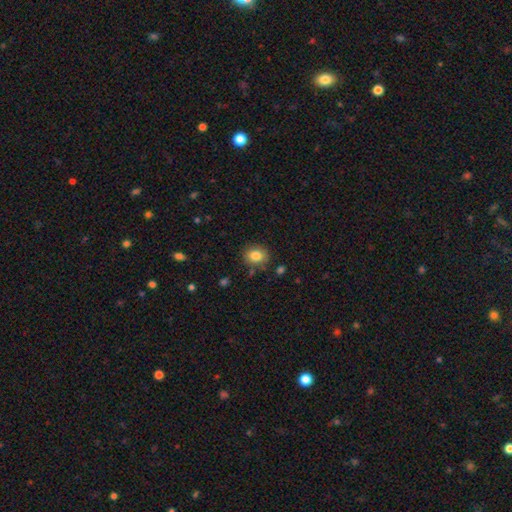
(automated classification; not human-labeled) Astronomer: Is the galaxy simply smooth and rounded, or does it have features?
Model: smooth — 83%.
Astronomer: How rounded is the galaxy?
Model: round — 61% (runner-up: in between, 38%).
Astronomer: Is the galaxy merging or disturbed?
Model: none — 83%.